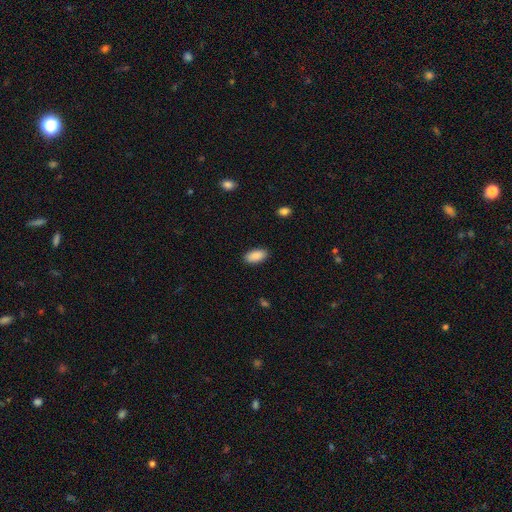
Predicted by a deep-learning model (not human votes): The model was most divided on "merging": none: 89%, minor disturbance: 8%, major disturbance: 2%, merger: 1%. More confident: how rounded — in between (93%); smooth or featured — smooth (90%).